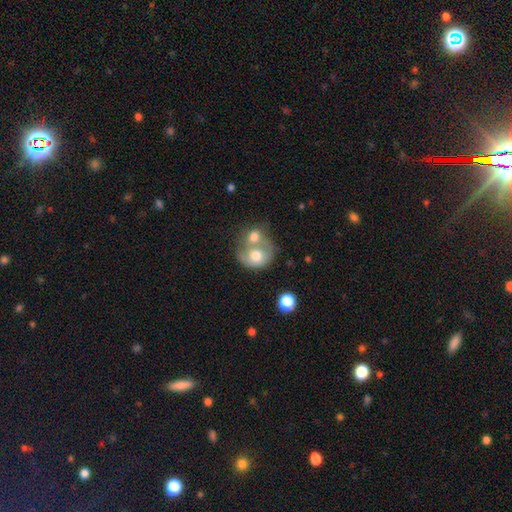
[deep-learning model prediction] A smooth galaxy with no disk features (60%) that is round (61%). Merging: merger (69%).